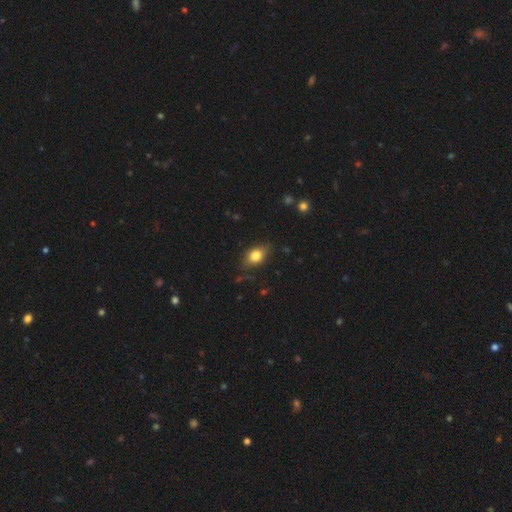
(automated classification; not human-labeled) Morphology: type=smooth (80%); roundness=in between (78%); merging=none (78%).